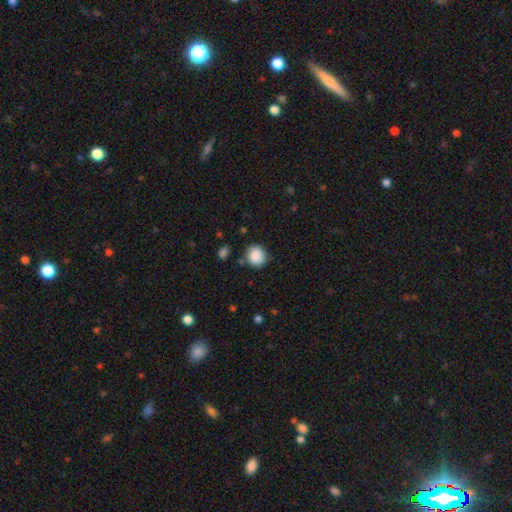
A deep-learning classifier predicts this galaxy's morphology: Overall: smooth (87%). How rounded: round (87%). Merging: none (81%).